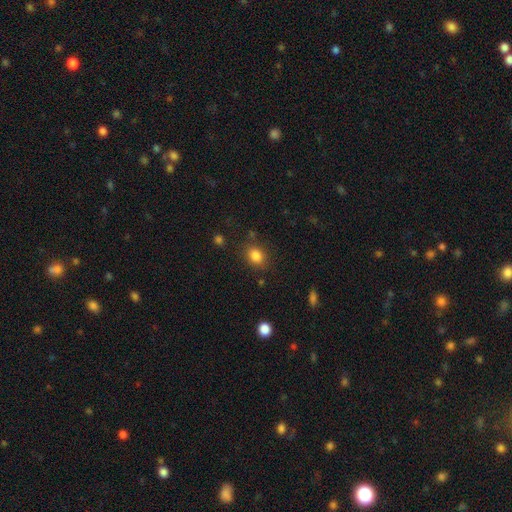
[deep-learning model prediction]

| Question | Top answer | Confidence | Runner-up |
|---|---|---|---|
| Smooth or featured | smooth | 84% | star or artifact (11%) |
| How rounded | in between | 57% | round (42%) |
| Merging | none | 80% | minor disturbance (12%) |